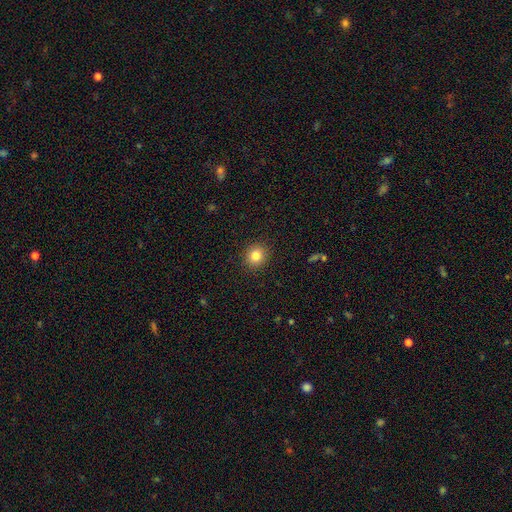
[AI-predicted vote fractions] Q: Smooth or featured?
A: smooth (83%); runner-up: star or artifact (11%)
Q: How rounded?
A: round (85%); runner-up: in between (14%)
Q: Merging?
A: none (91%); runner-up: minor disturbance (6%)